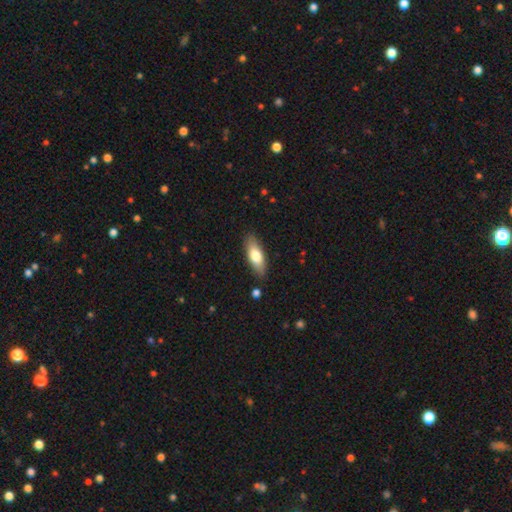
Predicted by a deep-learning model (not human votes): Smooth or featured: smooth — 71% (featured or disk — 23%)
How rounded: in between — 65% (cigar-shaped — 32%)
Merging: none — 85% (minor disturbance — 11%)